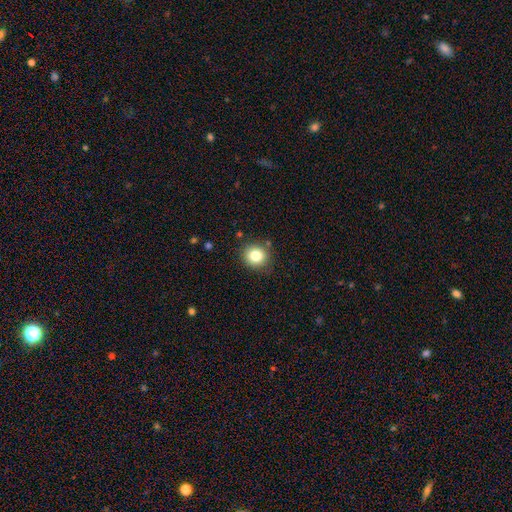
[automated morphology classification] Smooth or featured?
  - smooth: 82% *
  - star or artifact: 11%
  - featured or disk: 7%
How rounded?
  - round: 87% *
  - in between: 12%
  - cigar-shaped: 1%
Merging?
  - none: 84% *
  - minor disturbance: 10%
  - major disturbance: 3%
  - merger: 2%